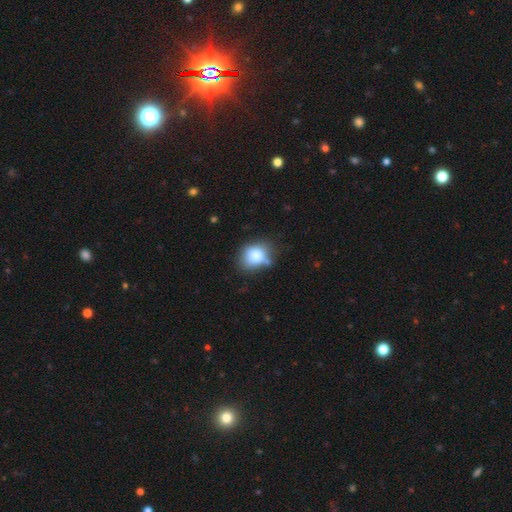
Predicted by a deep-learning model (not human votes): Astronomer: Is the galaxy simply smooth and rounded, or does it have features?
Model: smooth — 83%.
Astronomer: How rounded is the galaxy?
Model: round — 55% (runner-up: in between, 44%).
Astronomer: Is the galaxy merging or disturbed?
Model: none — 63%.